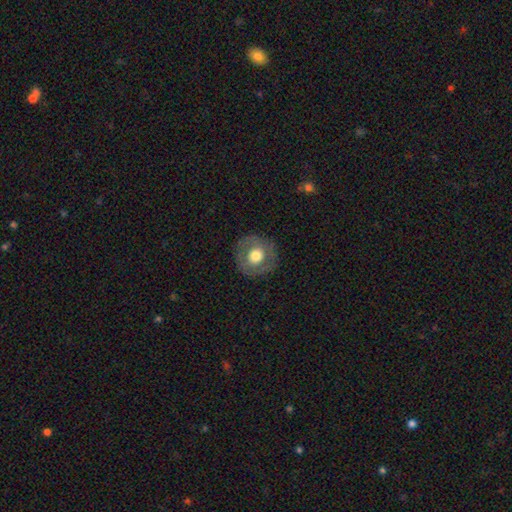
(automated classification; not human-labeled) smooth_or_featured: smooth (p=0.57) [alt: featured or disk p=0.36]
how_rounded: round (p=0.92) [alt: in between p=0.07]
merging: none (p=0.85) [alt: minor disturbance p=0.10]